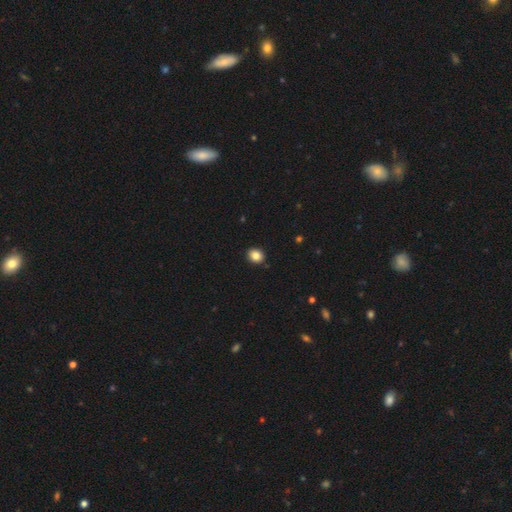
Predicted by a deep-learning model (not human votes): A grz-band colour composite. It shows a smooth galaxy with no disk features (85%) that is round (68%). Merging: none (90%).